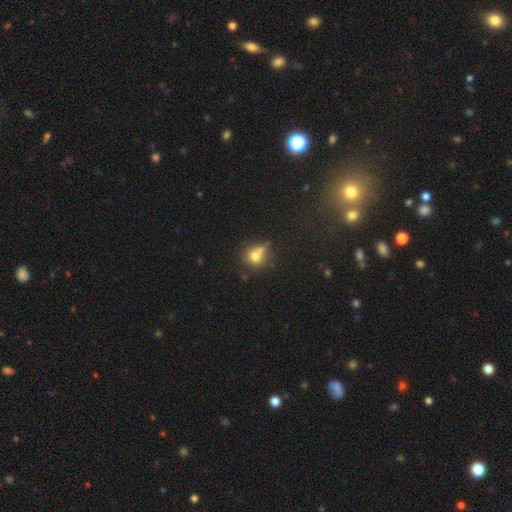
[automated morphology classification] The model was most divided on "merging": none: 48%, merger: 35%, minor disturbance: 12%, major disturbance: 5%. More confident: how rounded — round (83%); smooth or featured — smooth (72%).